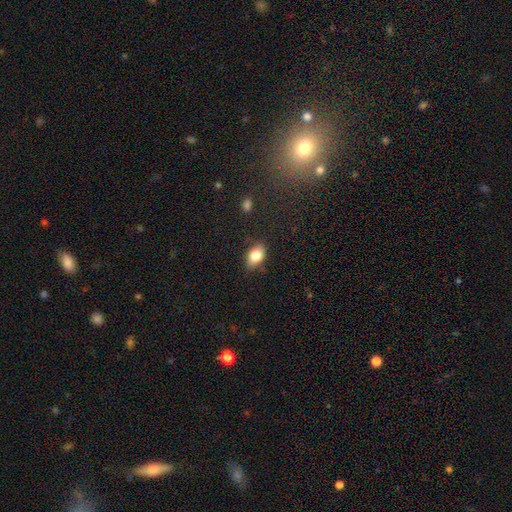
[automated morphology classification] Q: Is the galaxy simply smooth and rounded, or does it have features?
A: smooth — 83%.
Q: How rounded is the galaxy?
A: in between — 88%.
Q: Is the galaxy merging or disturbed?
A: none — 79%.